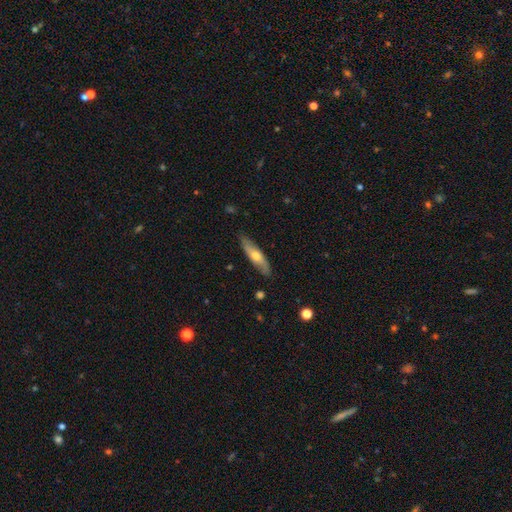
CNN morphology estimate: A smooth galaxy with no disk features (51%) that is cigar-shaped (68%).

Vote fractions:
- Smooth or featured? smooth: 51% / featured or disk: 43% / star or artifact: 6%
- How rounded? cigar-shaped: 68% / in between: 30% / round: 2%
- Merging? none: 84% / minor disturbance: 13% / major disturbance: 2% / merger: 1%